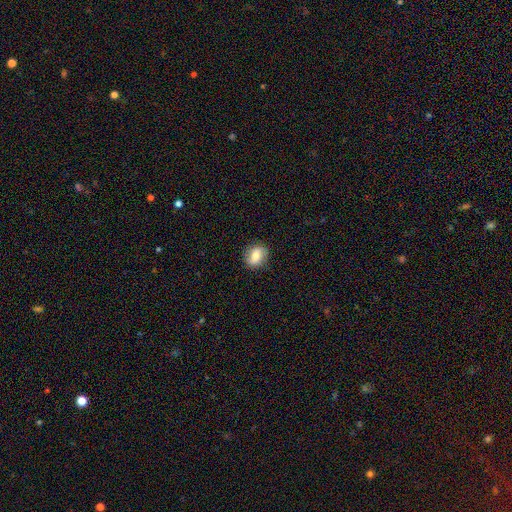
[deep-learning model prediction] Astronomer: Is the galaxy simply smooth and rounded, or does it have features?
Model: smooth — 65%.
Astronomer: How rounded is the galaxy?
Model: in between — 57% (runner-up: round, 41%).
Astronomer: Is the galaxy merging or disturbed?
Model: none — 83%.